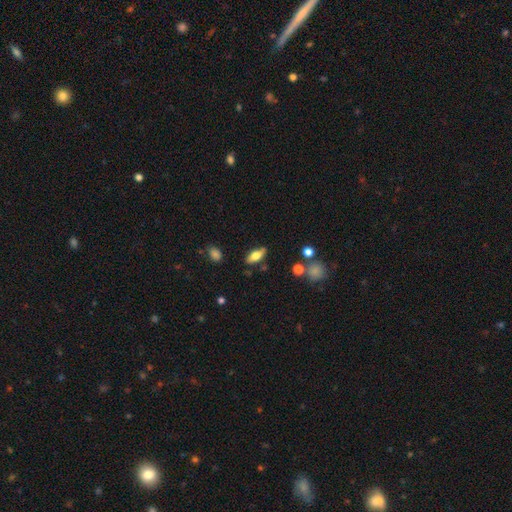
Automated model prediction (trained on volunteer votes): Smooth or featured?
  - smooth: 65% *
  - featured or disk: 27%
  - star or artifact: 8%
How rounded?
  - in between: 76% *
  - cigar-shaped: 21%
  - round: 3%
Merging?
  - none: 80% *
  - minor disturbance: 13%
  - merger: 3%
  - major disturbance: 3%